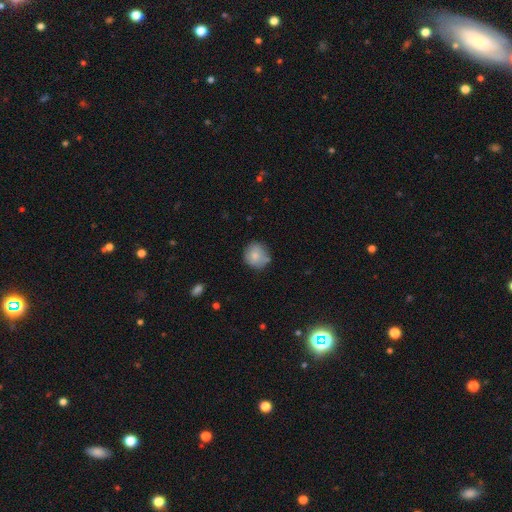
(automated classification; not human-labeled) Morphology: type=smooth (76%); roundness=round (84%); merging=none (71%).